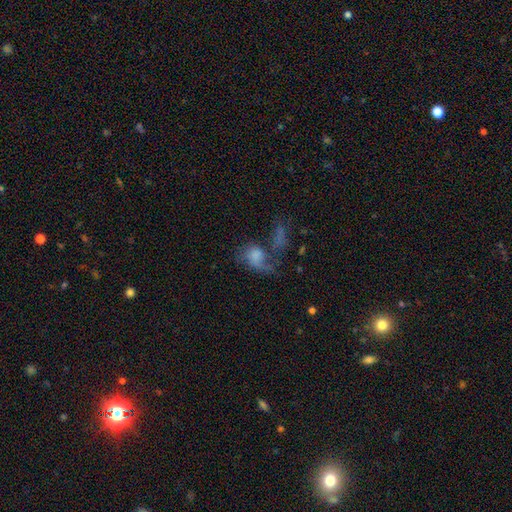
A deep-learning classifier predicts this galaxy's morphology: Smooth or featured?
  - featured or disk: 43% *
  - smooth: 42%
  - star or artifact: 15%
Merging?
  - major disturbance: 37% *
  - none: 25%
  - merger: 24%
  - minor disturbance: 14%